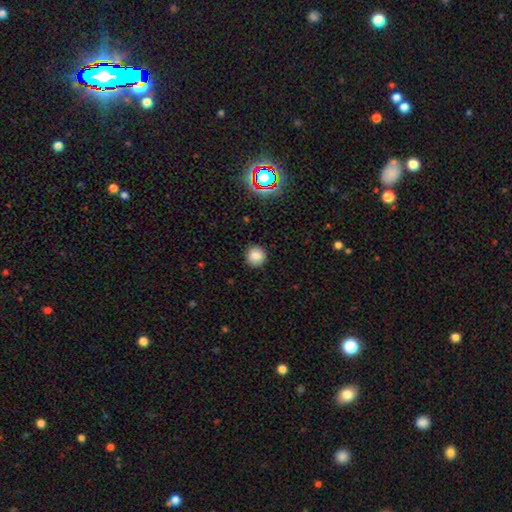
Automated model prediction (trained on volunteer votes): A smooth galaxy with no disk features (81%) that is round (93%).

Vote fractions:
- Smooth or featured? smooth: 81% / star or artifact: 12% / featured or disk: 7%
- How rounded? round: 93% / in between: 6% / cigar-shaped: 1%
- Merging? none: 91% / minor disturbance: 6% / major disturbance: 2% / merger: 1%